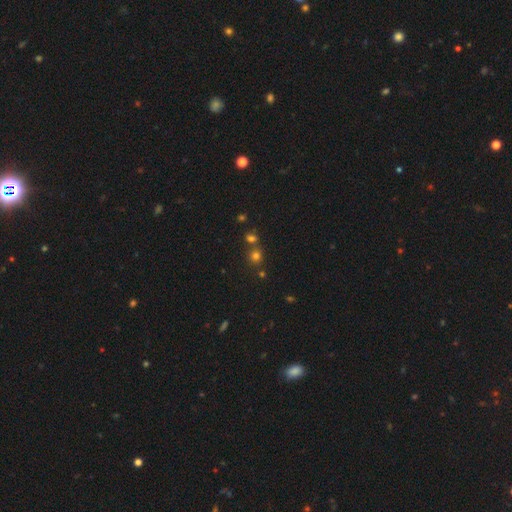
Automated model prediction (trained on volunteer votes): This is likely a smooth galaxy (68%). How rounded: clearly round (87%). Merging: likely none (69%).